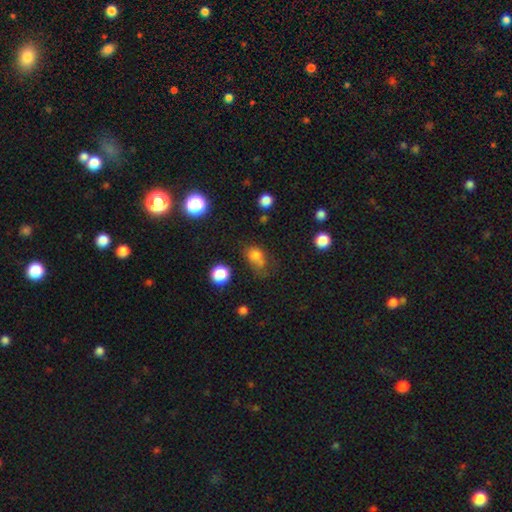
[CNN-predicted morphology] A smooth galaxy with no disk features (76%) that is in between round and cigar-shaped (51%). Merging: none (46%).